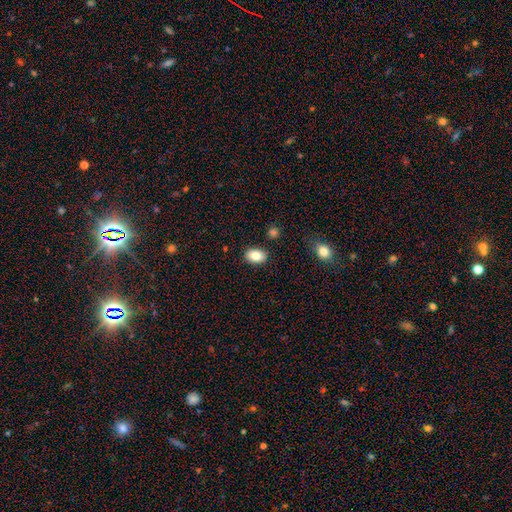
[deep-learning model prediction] This appears to be a smooth galaxy with no disk features (83%) that is in between round and cigar-shaped (84%). Merging: none (87%).